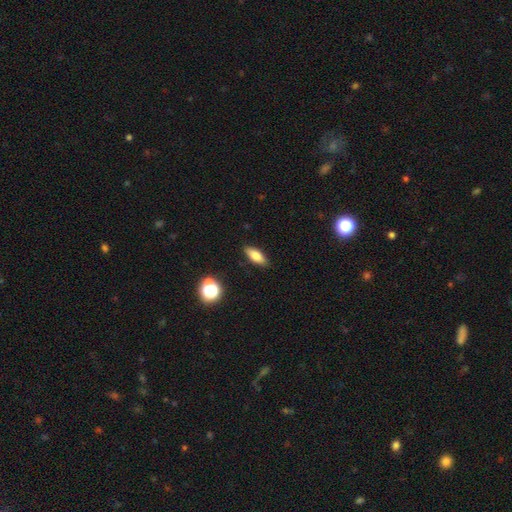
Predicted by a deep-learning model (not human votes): Q: Smooth or featured?
A: smooth (75%); runner-up: featured or disk (15%)
Q: How rounded?
A: in between (73%); runner-up: cigar-shaped (23%)
Q: Merging?
A: none (88%); runner-up: minor disturbance (9%)